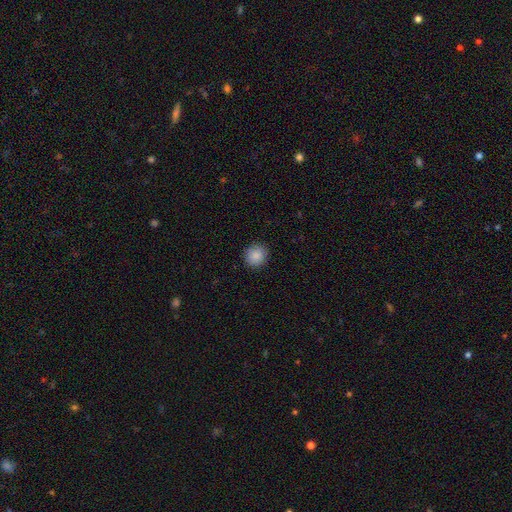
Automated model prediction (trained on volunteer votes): smooth 88%, star or artifact 8%, featured or disk 4%. Down the decision tree: how rounded — round (88%); merging — none (91%).